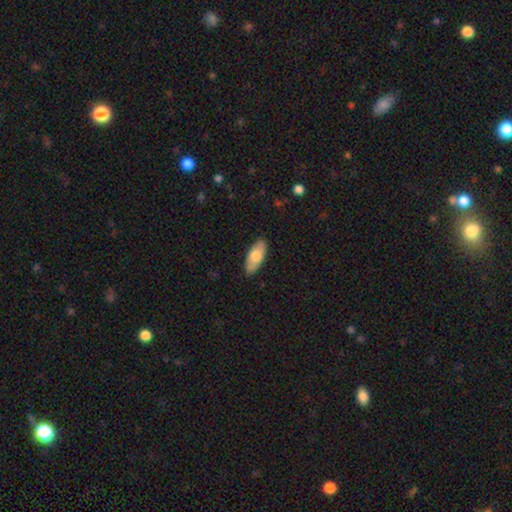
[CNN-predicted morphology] smooth_or_featured: smooth (p=0.74) [alt: featured or disk p=0.21]
how_rounded: in between (p=0.82) [alt: cigar-shaped p=0.16]
merging: none (p=0.88) [alt: minor disturbance p=0.09]